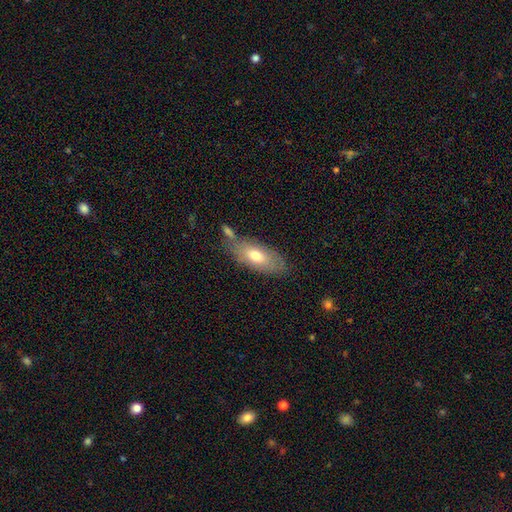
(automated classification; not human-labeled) smooth-or-featured: smooth: 67% | featured or disk: 26% | star or artifact: 7%
  how-rounded: in between: 84% | cigar-shaped: 13% | round: 3%
  merging: none: 63% | minor disturbance: 18% | merger: 14% | major disturbance: 5%